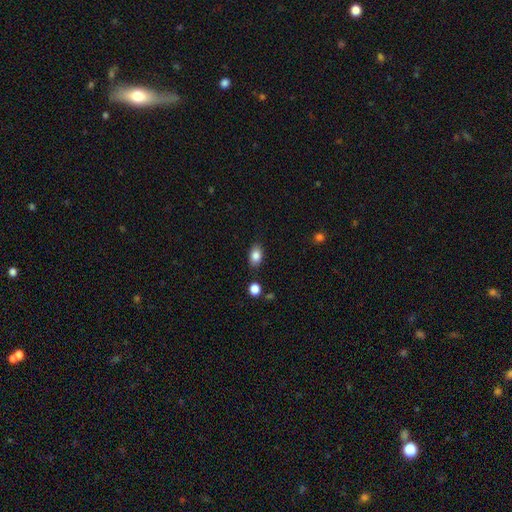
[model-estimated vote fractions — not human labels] A smooth galaxy with no disk features (84%) that is in between round and cigar-shaped (85%).

Vote fractions:
- Smooth or featured? smooth: 84% / star or artifact: 8% / featured or disk: 7%
- How rounded? in between: 85% / round: 13% / cigar-shaped: 2%
- Merging? none: 84% / minor disturbance: 11% / merger: 3% / major disturbance: 2%